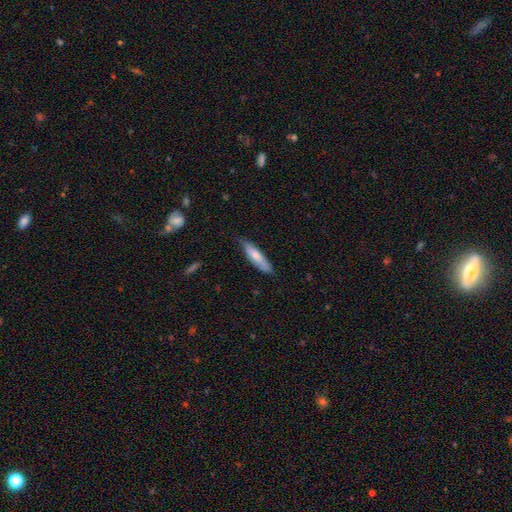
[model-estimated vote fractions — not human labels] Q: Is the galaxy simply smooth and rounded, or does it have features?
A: smooth — 75%.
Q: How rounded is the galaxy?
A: cigar-shaped — 71%.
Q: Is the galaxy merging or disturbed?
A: none — 75%.